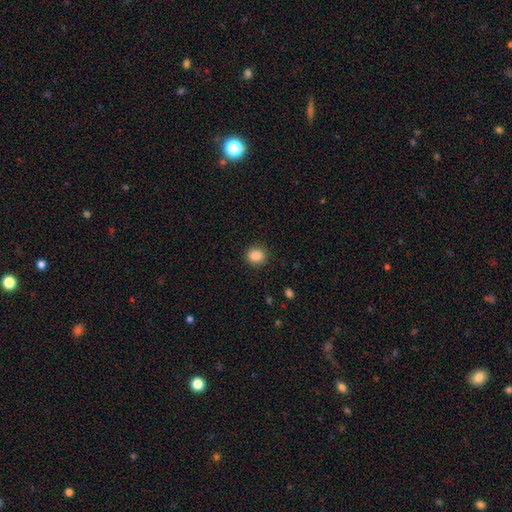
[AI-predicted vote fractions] Morphology: type=smooth (88%); roundness=round (76%); merging=none (88%).